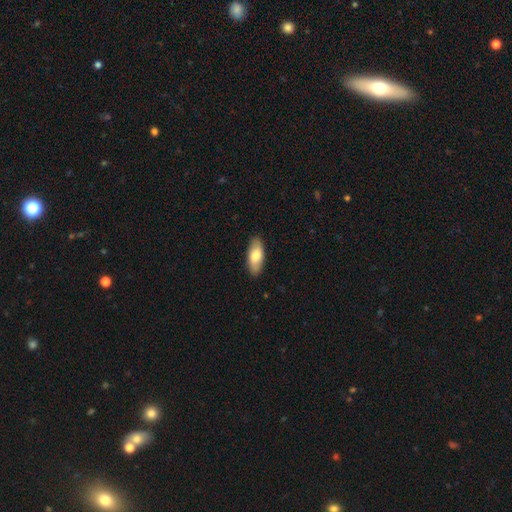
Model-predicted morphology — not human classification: This is likely a smooth galaxy (75%). How rounded: clearly in between (85%). Merging: clearly none (89%).